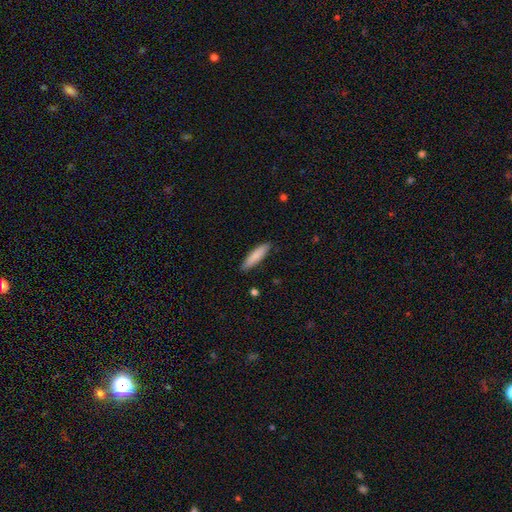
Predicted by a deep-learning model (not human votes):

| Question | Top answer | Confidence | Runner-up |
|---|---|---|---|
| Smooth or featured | smooth | 85% | featured or disk (10%) |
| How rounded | cigar-shaped | 75% | in between (24%) |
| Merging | none | 89% | minor disturbance (8%) |